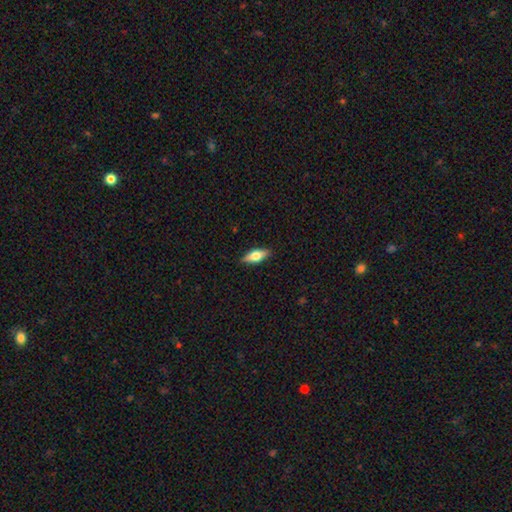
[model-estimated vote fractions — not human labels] smooth 53%, featured or disk 40%, star or artifact 7%. Down the decision tree: how rounded — in between (68%); merging — none (88%).